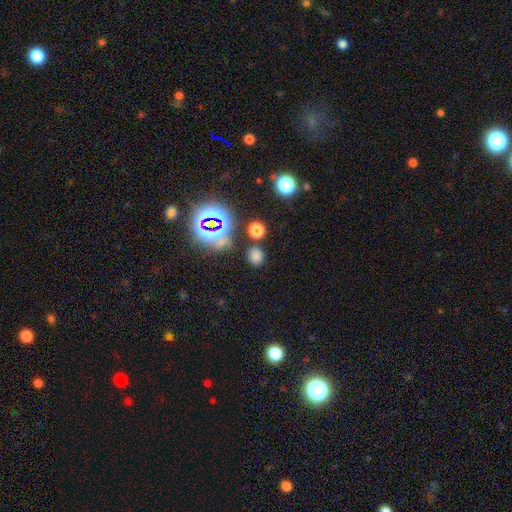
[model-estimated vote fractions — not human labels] smooth_or_featured: smooth (p=0.68) [alt: star or artifact p=0.27]
how_rounded: round (p=0.70) [alt: in between p=0.28]
merging: none (p=0.80) [alt: minor disturbance p=0.09]